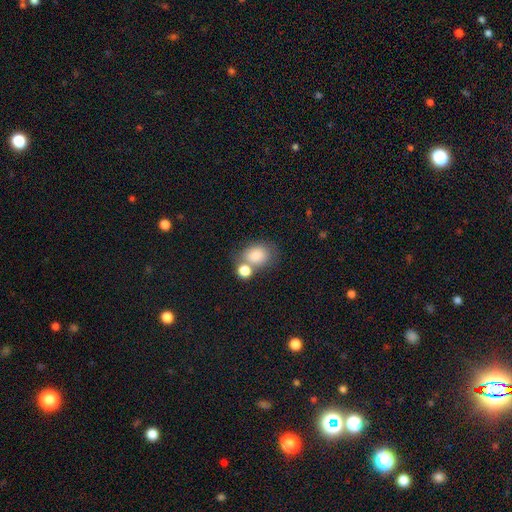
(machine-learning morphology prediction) The model was most divided on "merging": none: 43%, merger: 37%, minor disturbance: 13%, major disturbance: 6%. More confident: smooth or featured — smooth (83%); how rounded — in between (58%).